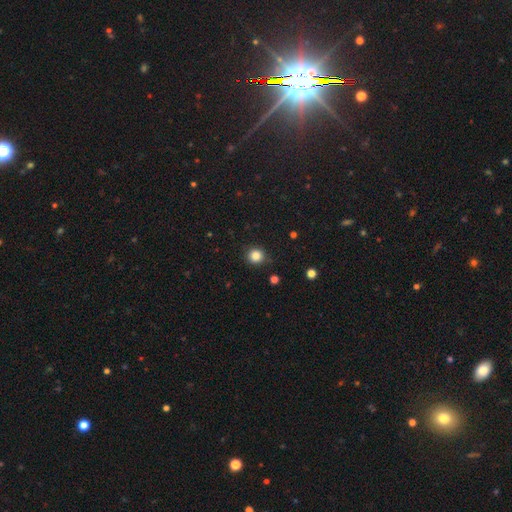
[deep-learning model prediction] This is clearly a smooth galaxy (84%). How rounded: clearly round (91%). Merging: clearly none (87%).